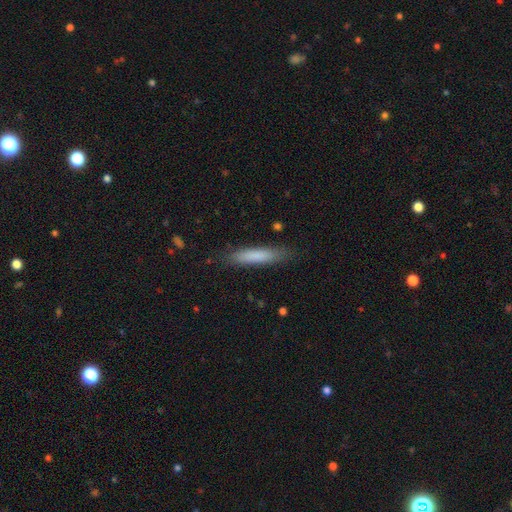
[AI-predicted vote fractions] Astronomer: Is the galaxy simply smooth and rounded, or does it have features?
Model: smooth — 79%.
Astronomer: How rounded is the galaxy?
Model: cigar-shaped — 86%.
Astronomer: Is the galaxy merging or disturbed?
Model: none — 84%.